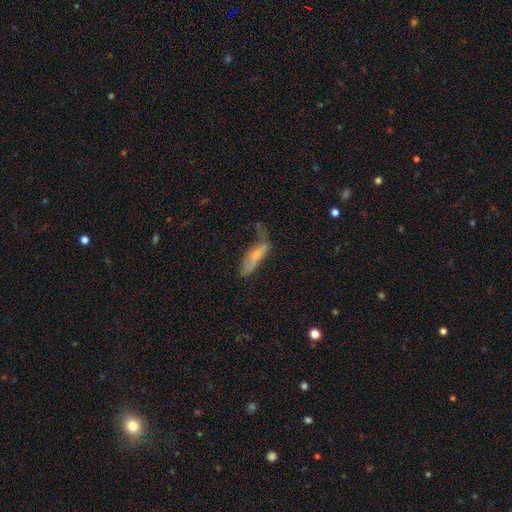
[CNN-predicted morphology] type=smooth (56%); roundness=cigar-shaped (64%); merging=none (38%).